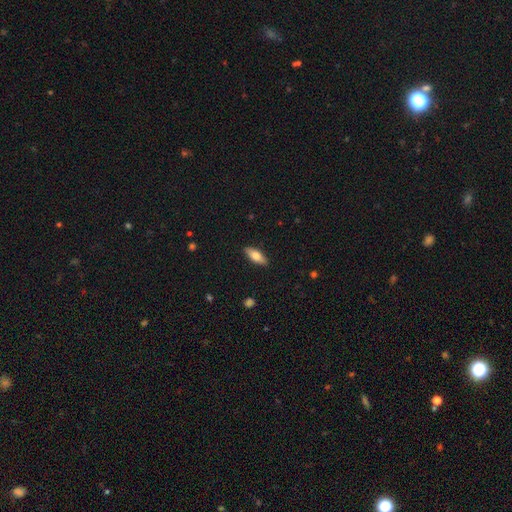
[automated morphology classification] Q: Smooth or featured?
A: smooth (69%); runner-up: featured or disk (25%)
Q: How rounded?
A: in between (69%); runner-up: cigar-shaped (29%)
Q: Merging?
A: none (89%); runner-up: minor disturbance (8%)